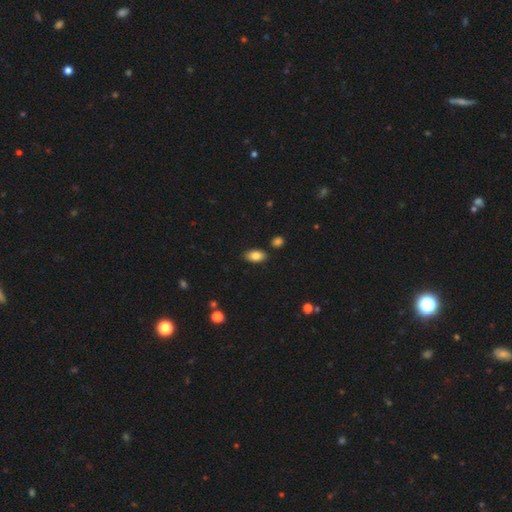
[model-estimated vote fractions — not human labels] Overall: smooth (84%). How rounded: in between (92%). Merging: none (84%).